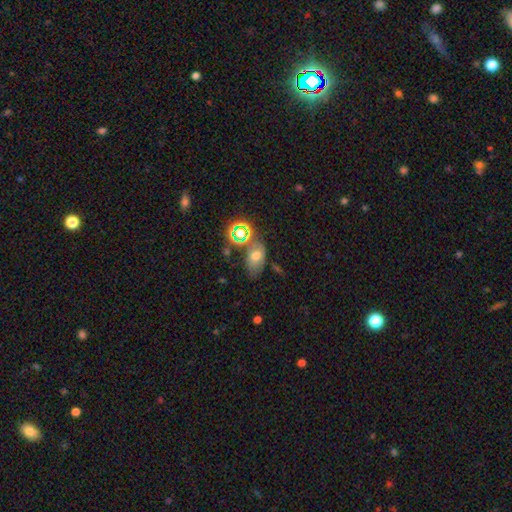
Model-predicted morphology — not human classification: Smooth or featured? smooth (58%)
How rounded? in between (83%)
Merging? none (53%)